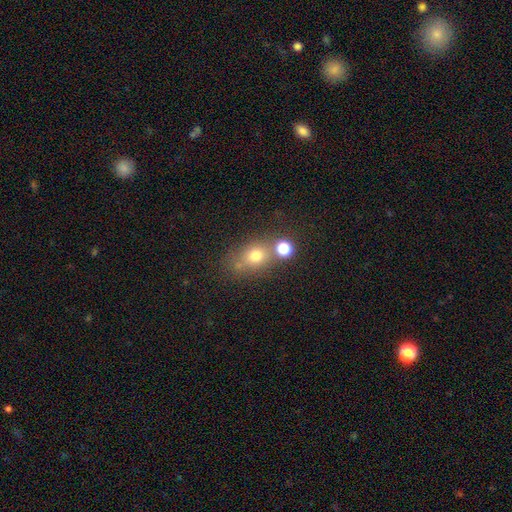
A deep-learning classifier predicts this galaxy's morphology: type=smooth (70%); roundness=round (54%); merging=none (54%).